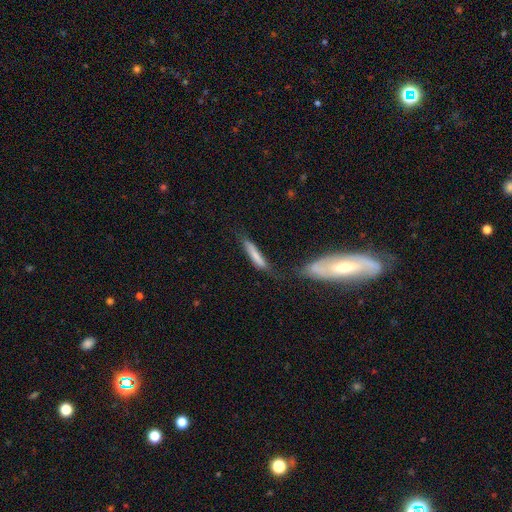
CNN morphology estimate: Smooth or featured? Predicted: smooth (p=0.71). How rounded? Predicted: cigar-shaped (p=0.90). Merging? Predicted: none (p=0.53).